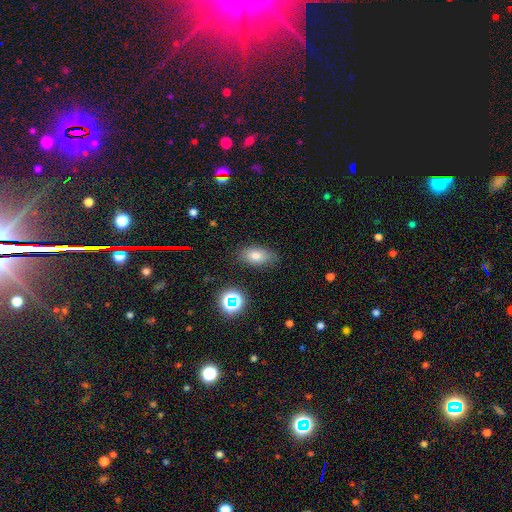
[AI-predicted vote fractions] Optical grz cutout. It shows a smooth galaxy with no disk features (77%) that is in between round and cigar-shaped (87%). Merging: none (82%).